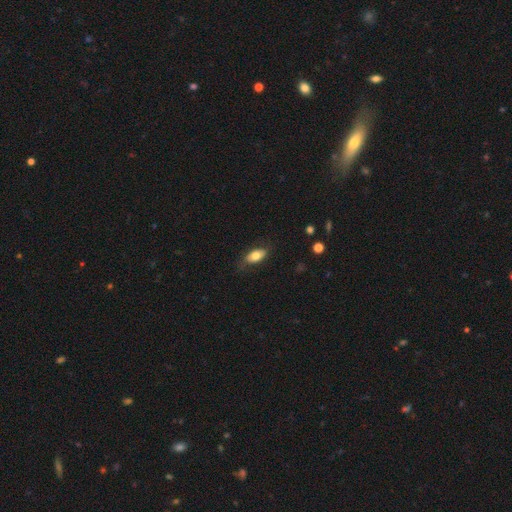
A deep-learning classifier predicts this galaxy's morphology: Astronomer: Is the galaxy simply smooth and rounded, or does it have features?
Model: smooth — 75%.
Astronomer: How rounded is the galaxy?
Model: in between — 89%.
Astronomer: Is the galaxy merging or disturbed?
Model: none — 75%.